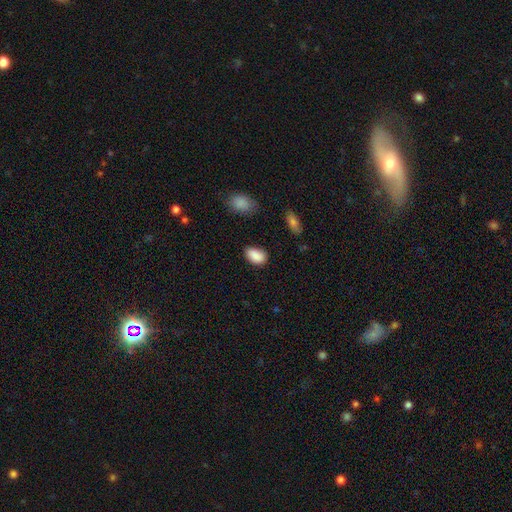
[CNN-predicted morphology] smooth_or_featured: smooth (p=0.89) [alt: star or artifact p=0.07]
how_rounded: in between (p=0.91) [alt: round p=0.08]
merging: none (p=0.80) [alt: minor disturbance p=0.15]